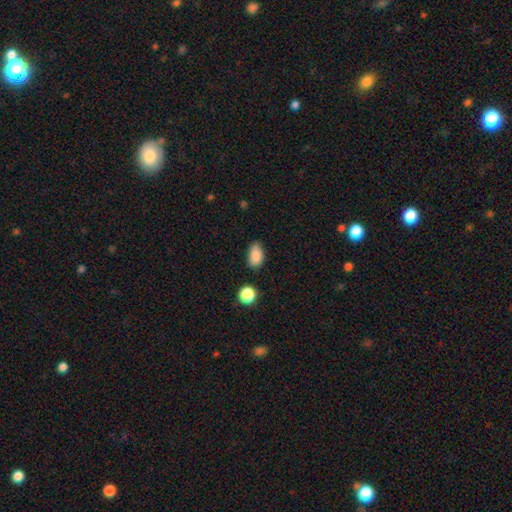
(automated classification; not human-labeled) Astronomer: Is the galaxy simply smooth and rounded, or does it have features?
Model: smooth — 86%.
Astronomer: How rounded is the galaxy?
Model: in between — 89%.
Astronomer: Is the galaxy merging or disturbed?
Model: none — 76%.